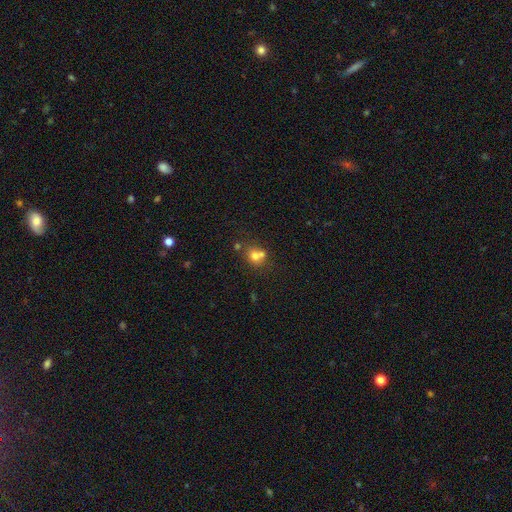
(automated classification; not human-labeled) Smooth or featured: smooth — 69% (featured or disk — 16%)
How rounded: round — 73% (in between — 26%)
Merging: merger — 45% (none — 42%)